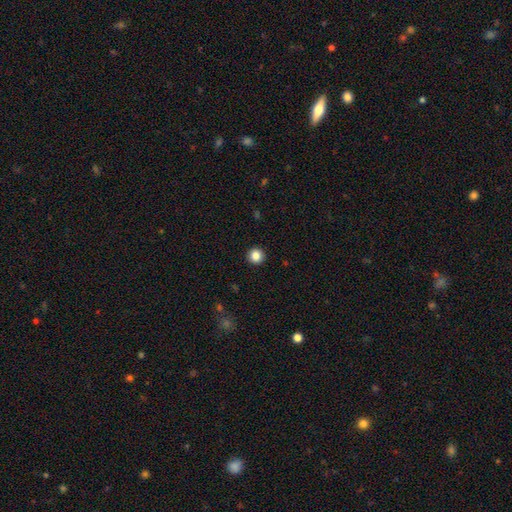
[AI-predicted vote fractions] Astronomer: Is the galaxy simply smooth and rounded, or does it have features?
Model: smooth — 85%.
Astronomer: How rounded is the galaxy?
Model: round — 95%.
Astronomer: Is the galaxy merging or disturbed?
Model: none — 93%.